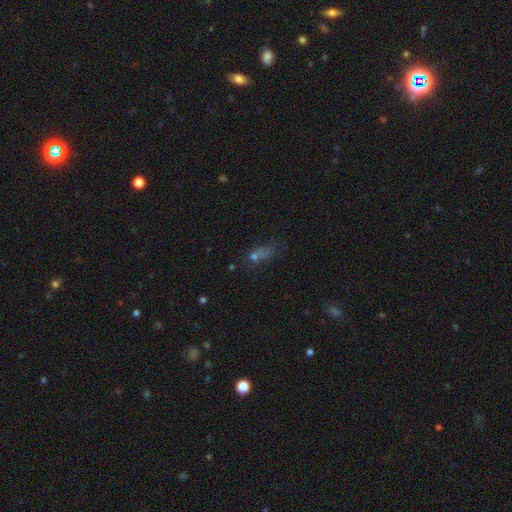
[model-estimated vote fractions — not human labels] The model was most divided on "merging": none: 40%, major disturbance: 26%, minor disturbance: 20%, merger: 14%. Remaining: smooth or featured — smooth (49%).